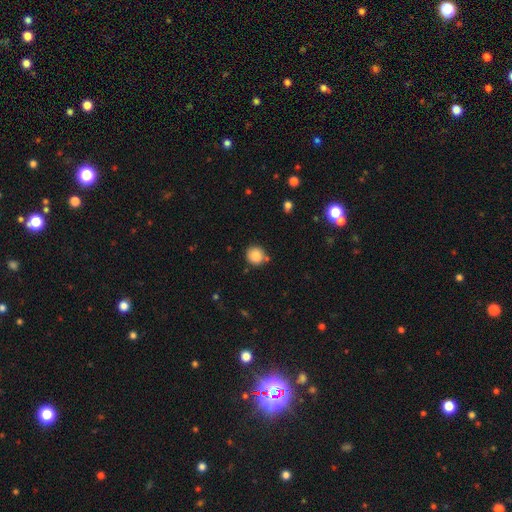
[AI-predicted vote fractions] The model was most divided on "merging": none: 78%, minor disturbance: 12%, merger: 7%, major disturbance: 3%. More confident: how rounded — round (89%); smooth or featured — smooth (86%).